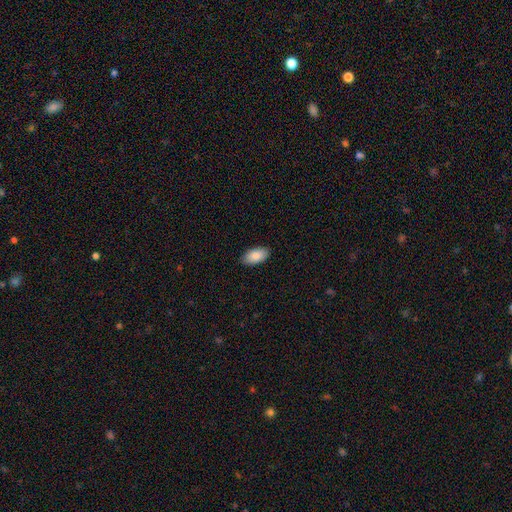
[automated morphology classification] smooth_or_featured: smooth (p=0.88) [alt: star or artifact p=0.06]
how_rounded: in between (p=0.95) [alt: cigar-shaped p=0.03]
merging: none (p=0.88) [alt: minor disturbance p=0.10]